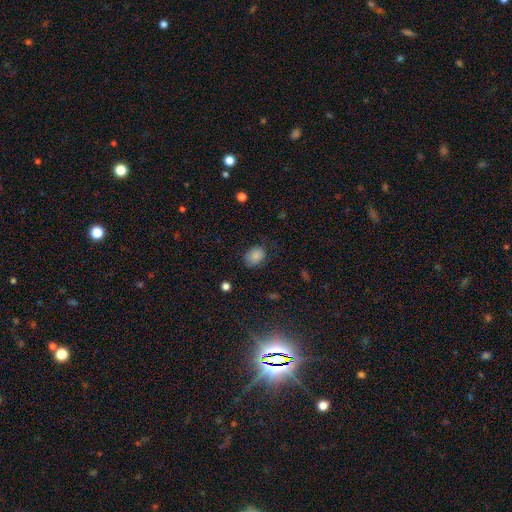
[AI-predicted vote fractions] Smooth or featured? Predicted: smooth (p=0.84). How rounded? Predicted: in between (p=0.63). Merging? Predicted: none (p=0.63).